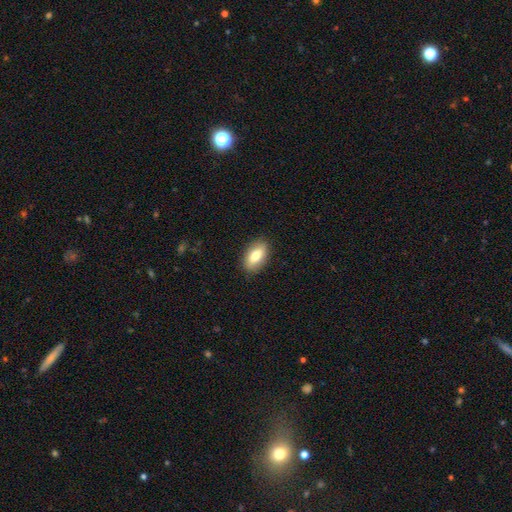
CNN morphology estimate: Smooth or featured: smooth — 75% (featured or disk — 19%)
How rounded: in between — 89% (cigar-shaped — 6%)
Merging: none — 87% (minor disturbance — 9%)